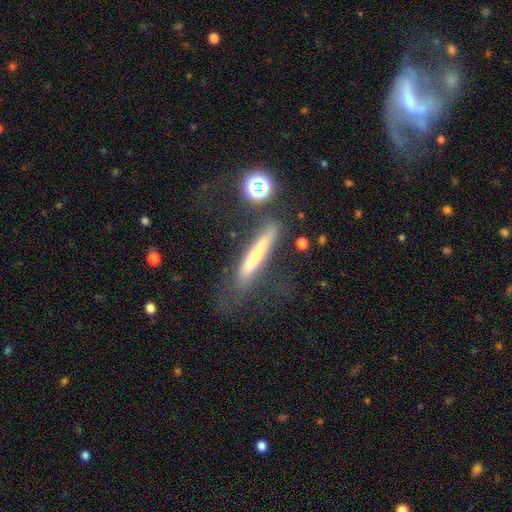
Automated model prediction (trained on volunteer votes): Smooth or featured? smooth (48%)
Merging? none (57%)